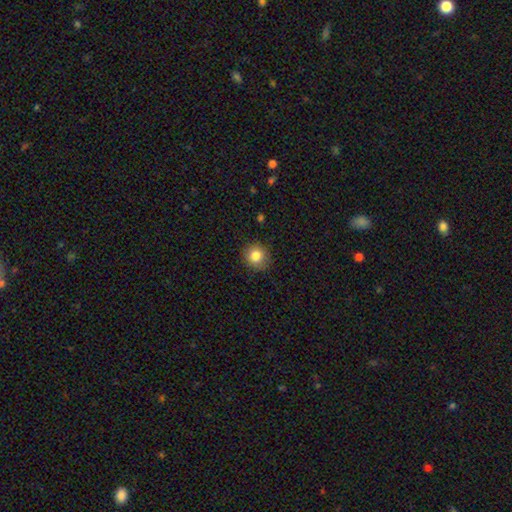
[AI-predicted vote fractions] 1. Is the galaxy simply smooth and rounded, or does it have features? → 84% smooth, 10% star or artifact, 6% featured or disk.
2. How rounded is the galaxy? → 88% round, 12% in between, 1% cigar-shaped.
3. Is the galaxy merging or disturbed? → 84% none, 12% minor disturbance, 3% major disturbance, 1% merger.